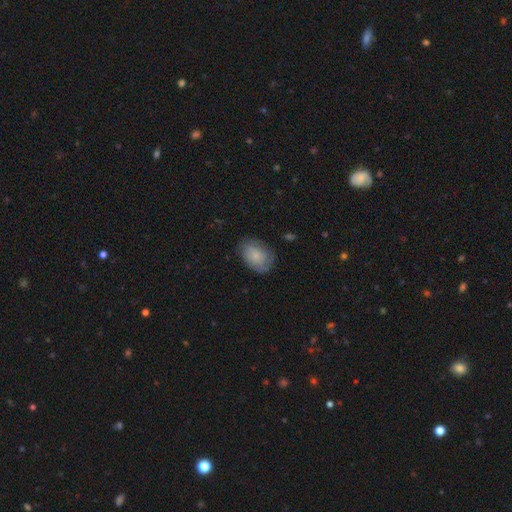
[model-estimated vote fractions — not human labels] A smooth galaxy with no disk features (67%) that is in between round and cigar-shaped (79%).

Vote fractions:
- Smooth or featured? smooth: 67% / featured or disk: 25% / star or artifact: 8%
- How rounded? in between: 79% / round: 20% / cigar-shaped: 1%
- Merging? none: 71% / minor disturbance: 21% / major disturbance: 6% / merger: 1%